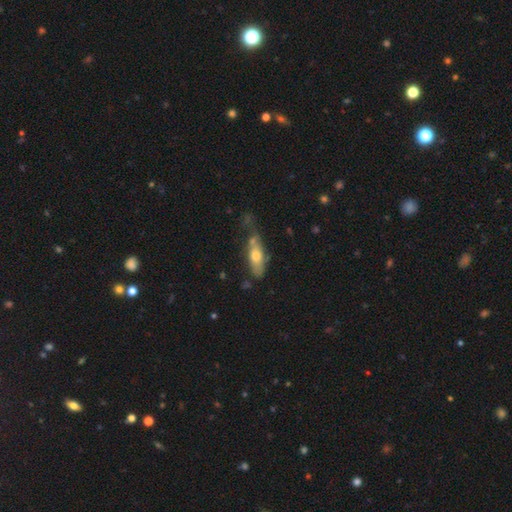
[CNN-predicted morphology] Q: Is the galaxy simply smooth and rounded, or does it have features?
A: smooth — 58%.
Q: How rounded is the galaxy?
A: in between — 55%.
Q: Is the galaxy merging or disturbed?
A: none — 40%.